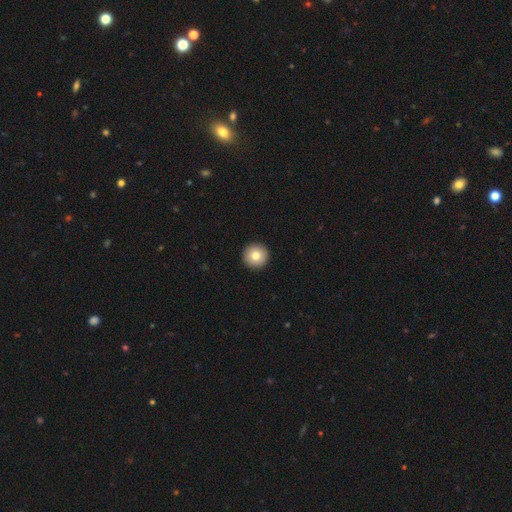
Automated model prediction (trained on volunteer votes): Overall: smooth (81%). How rounded: round (97%). Merging: none (94%).